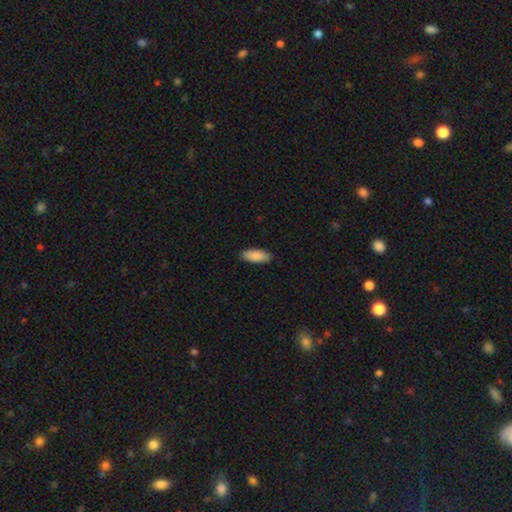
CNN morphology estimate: The model was most divided on "how rounded": in between: 78%, cigar-shaped: 21%, round: 2%. More confident: smooth or featured — smooth (90%); merging — none (89%).